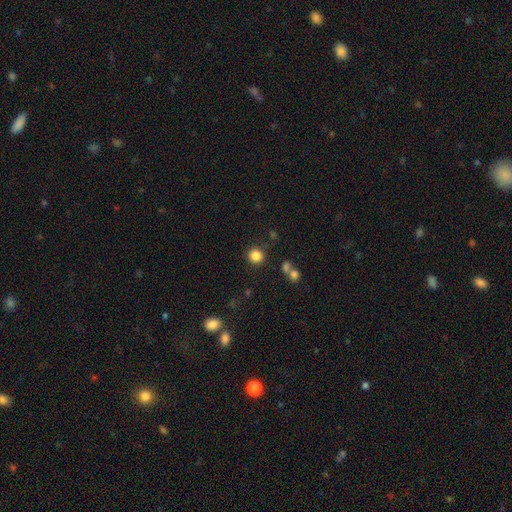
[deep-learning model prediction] A smooth galaxy with no disk features (84%) that is round (92%). Merging: none (86%).